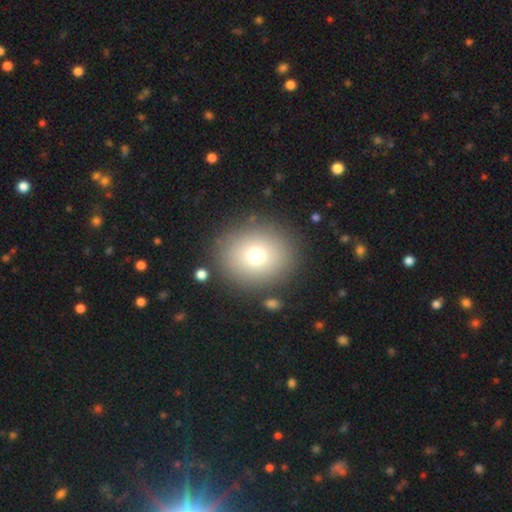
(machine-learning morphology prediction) smooth 74%, star or artifact 13%, featured or disk 12%. Down the decision tree: how rounded — round (78%); merging — none (88%).